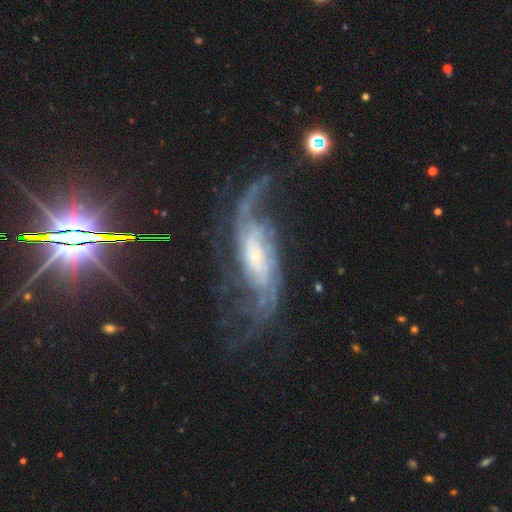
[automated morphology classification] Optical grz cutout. It shows a featured or disk galaxy (86%) with no bar (52%), 2 (52%) loose (46%) spiral arms (96%) and a small central bulge (74%). Merging: none (53%).